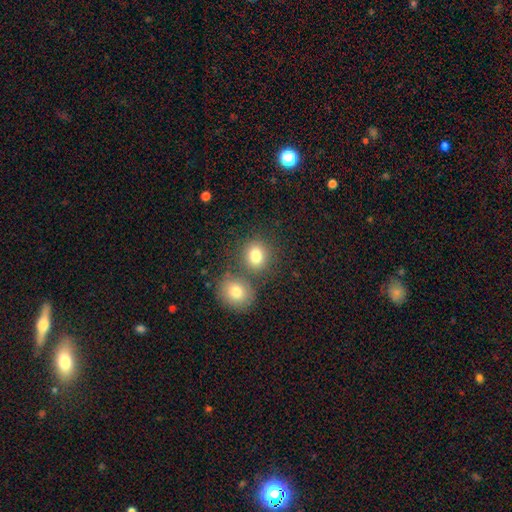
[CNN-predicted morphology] Smooth or featured?
  - smooth: 80% *
  - star or artifact: 12%
  - featured or disk: 8%
How rounded?
  - round: 76% *
  - in between: 23%
  - cigar-shaped: 1%
Merging?
  - none: 65% *
  - merger: 22%
  - minor disturbance: 9%
  - major disturbance: 3%